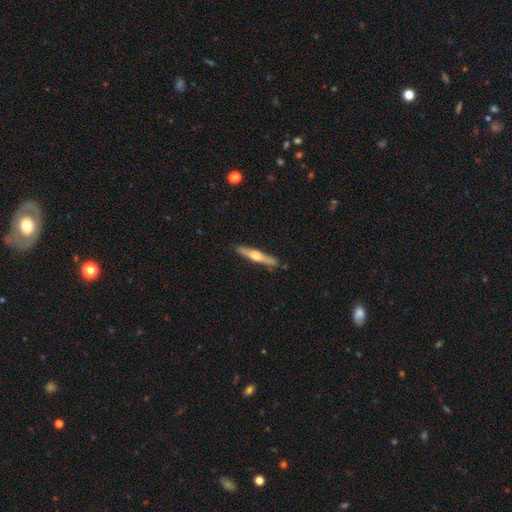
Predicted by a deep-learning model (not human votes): Smooth or featured: featured or disk — 64% (smooth — 32%)
Edge-on disk: yes — 97% (no — 3%)
Edge-on bulge: rounded — 92% (none — 4%)
Merging: none — 88% (minor disturbance — 9%)